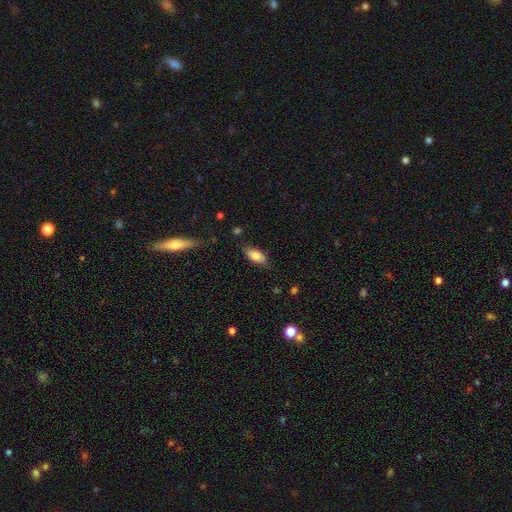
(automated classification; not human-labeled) This appears to be a smooth galaxy with no disk features (79%) that is in between round and cigar-shaped (87%). Merging: none (79%).